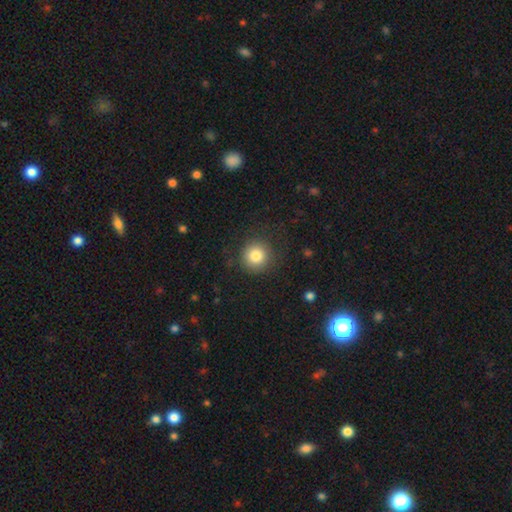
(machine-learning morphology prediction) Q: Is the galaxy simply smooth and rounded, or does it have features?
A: smooth — 82%.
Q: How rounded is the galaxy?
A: round — 93%.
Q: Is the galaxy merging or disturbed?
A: none — 86%.